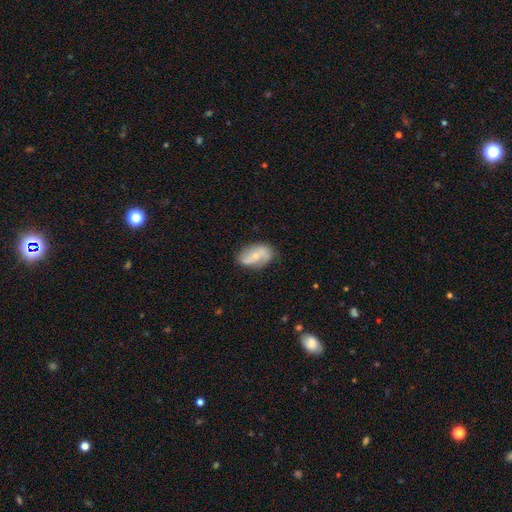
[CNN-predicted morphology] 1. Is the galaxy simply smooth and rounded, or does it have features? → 60% featured or disk, 33% smooth, 7% star or artifact.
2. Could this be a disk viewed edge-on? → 95% no, 5% yes.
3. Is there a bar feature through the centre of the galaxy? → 51% no, 33% weak, 16% strong.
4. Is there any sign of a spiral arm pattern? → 84% yes, 16% no.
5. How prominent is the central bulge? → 63% small, 32% moderate, 3% none, 1% large, 1% dominant.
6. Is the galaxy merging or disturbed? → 72% none, 20% minor disturbance, 6% major disturbance, 2% merger.